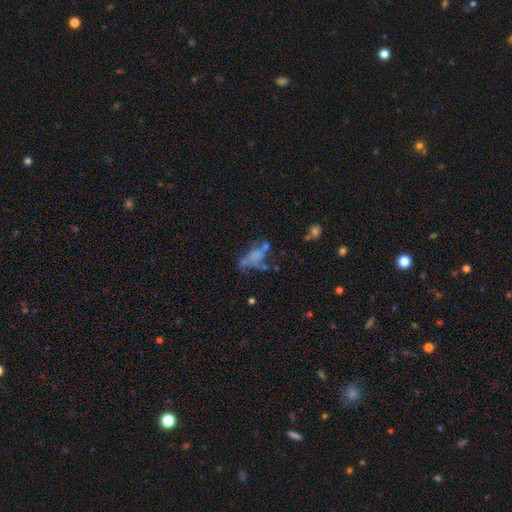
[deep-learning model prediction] featured or disk 42%, smooth 41%, star or artifact 17%. Down the decision tree: merging — none (34%).